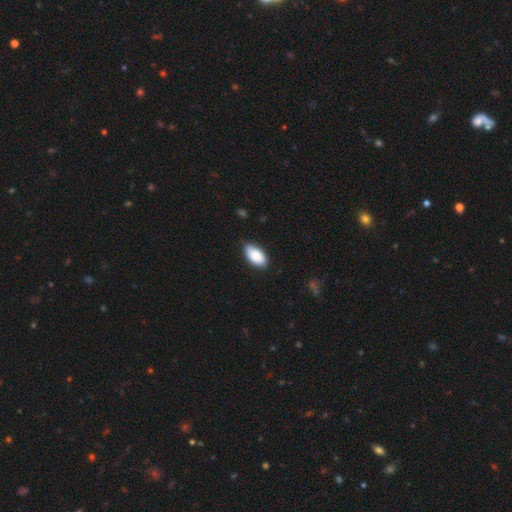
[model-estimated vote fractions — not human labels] The model was most divided on "merging": none: 80%, minor disturbance: 17%, major disturbance: 2%, merger: 1%. More confident: how rounded — in between (95%); smooth or featured — smooth (85%).